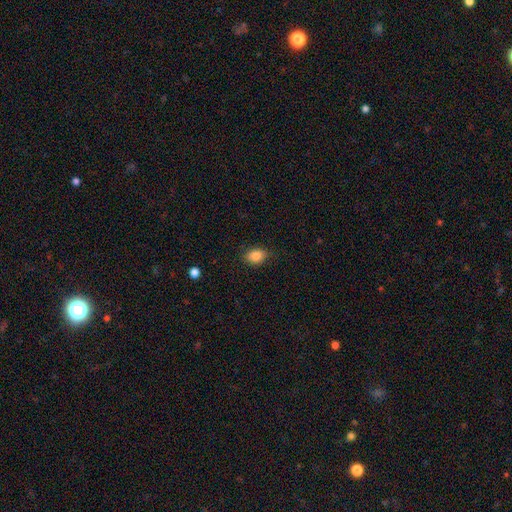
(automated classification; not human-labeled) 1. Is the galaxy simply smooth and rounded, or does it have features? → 86% smooth, 9% star or artifact, 5% featured or disk.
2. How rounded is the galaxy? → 66% in between, 33% round, 1% cigar-shaped.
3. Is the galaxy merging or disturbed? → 81% none, 15% minor disturbance, 3% major disturbance, 1% merger.